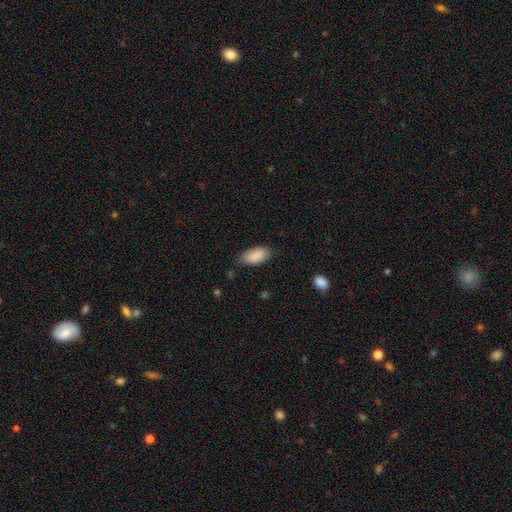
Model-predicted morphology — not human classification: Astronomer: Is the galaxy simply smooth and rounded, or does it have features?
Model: smooth — 89%.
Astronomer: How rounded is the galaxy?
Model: in between — 91%.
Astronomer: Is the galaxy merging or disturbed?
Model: none — 74%.